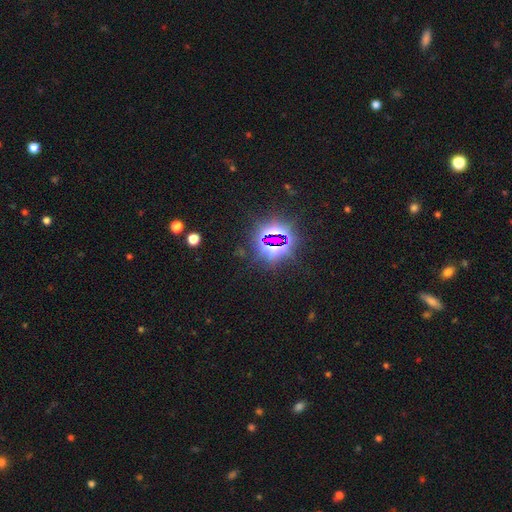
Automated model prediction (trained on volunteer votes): Smooth or featured? star or artifact (83%)